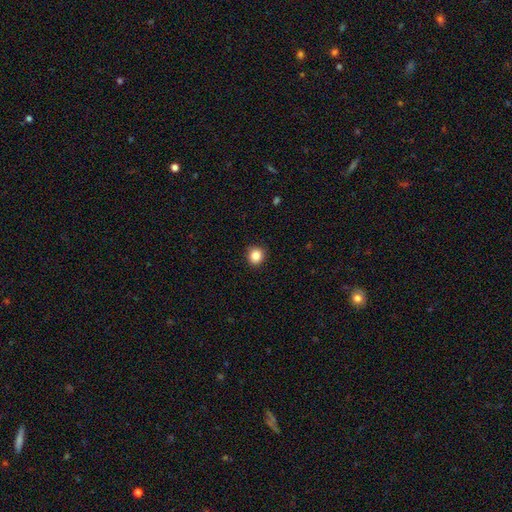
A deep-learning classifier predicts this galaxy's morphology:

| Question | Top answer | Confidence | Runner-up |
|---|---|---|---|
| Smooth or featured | smooth | 86% | star or artifact (10%) |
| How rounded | round | 89% | in between (10%) |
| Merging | none | 91% | minor disturbance (6%) |